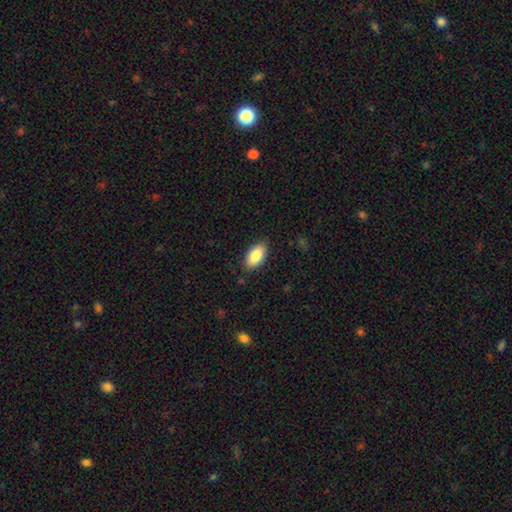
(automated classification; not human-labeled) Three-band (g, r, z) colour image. It shows a smooth galaxy with no disk features (85%) that is in between round and cigar-shaped (93%). Merging: none (86%).